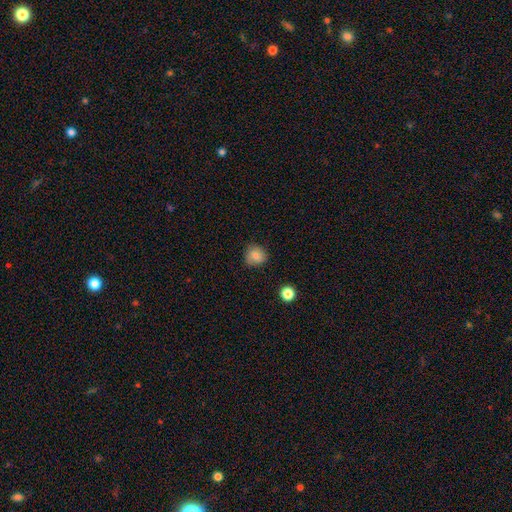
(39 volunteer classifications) smooth 90%, featured or disk 5%, star or artifact 5%. Down the decision tree: how rounded — round (83%); merging — none (78%).